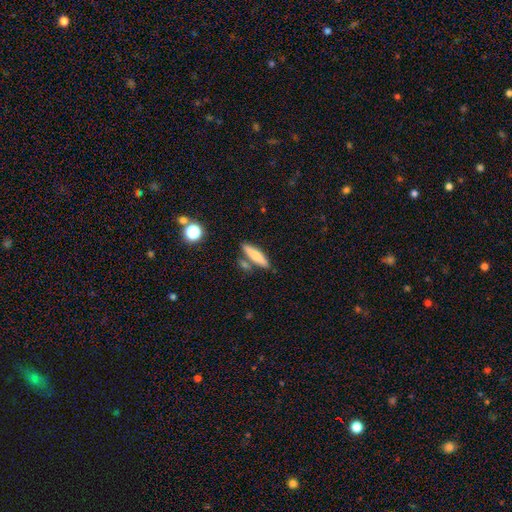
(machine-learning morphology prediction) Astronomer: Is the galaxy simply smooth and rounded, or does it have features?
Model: smooth — 68%.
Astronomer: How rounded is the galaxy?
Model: cigar-shaped — 74%.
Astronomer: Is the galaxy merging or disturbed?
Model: none — 72%.